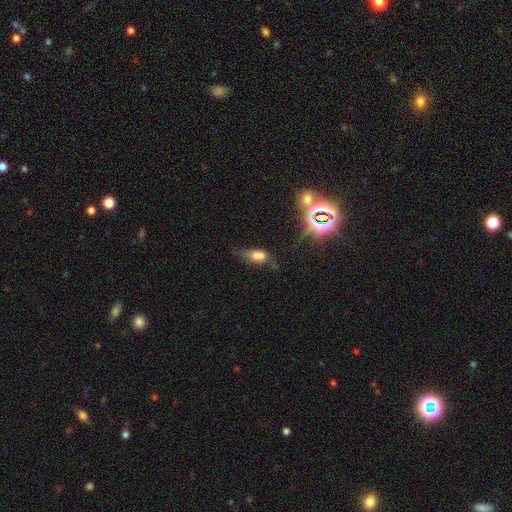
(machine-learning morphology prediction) A smooth galaxy with no disk features (56%) that is in between round and cigar-shaped (75%).

Vote fractions:
- Smooth or featured? smooth: 56% / featured or disk: 26% / star or artifact: 18%
- How rounded? in between: 75% / cigar-shaped: 16% / round: 9%
- Merging? none: 30% / minor disturbance: 28% / major disturbance: 24% / merger: 18%